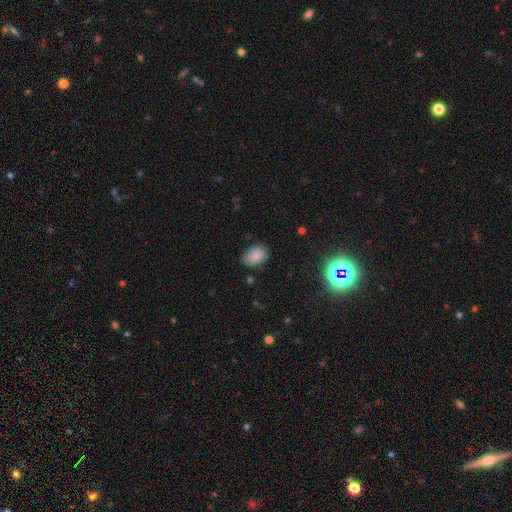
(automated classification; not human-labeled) smooth 83%, star or artifact 9%, featured or disk 7%. Down the decision tree: how rounded — in between (85%); merging — none (79%).